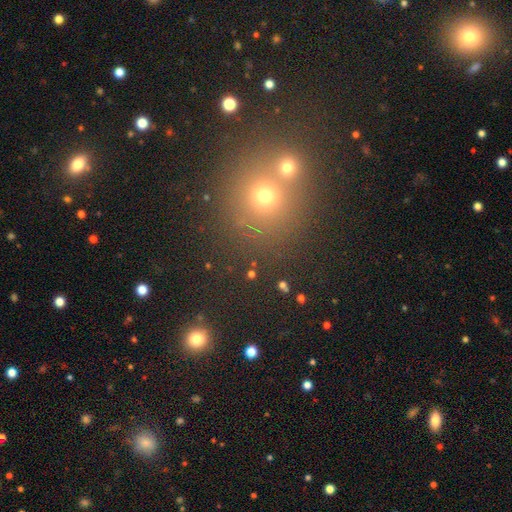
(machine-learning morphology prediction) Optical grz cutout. It shows a smooth galaxy with no disk features (52%) that is round (86%). Merging: none (65%).